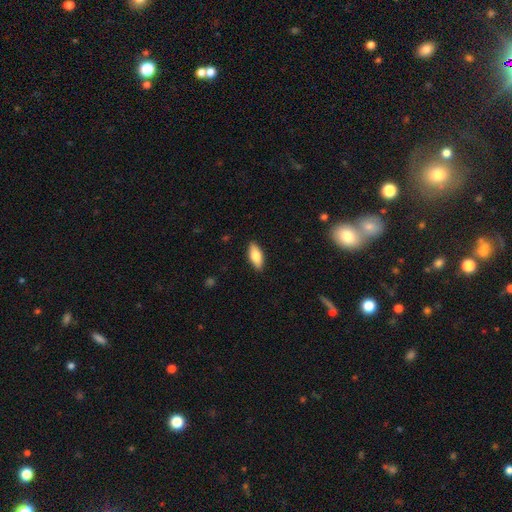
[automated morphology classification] Q: Smooth or featured?
A: smooth (75%); runner-up: featured or disk (19%)
Q: How rounded?
A: in between (78%); runner-up: cigar-shaped (19%)
Q: Merging?
A: none (89%); runner-up: minor disturbance (8%)